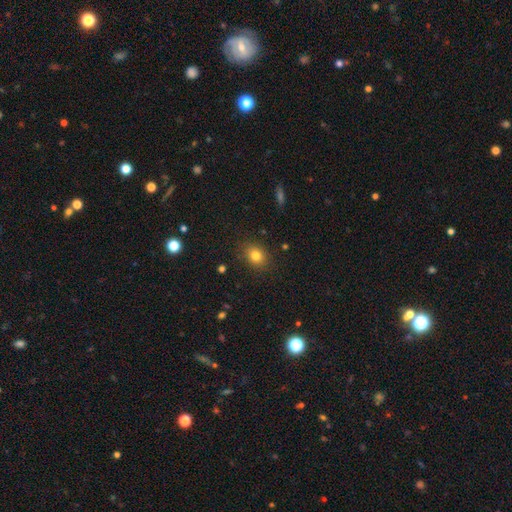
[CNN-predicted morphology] Smooth or featured? smooth (80%)
How rounded? in between (50%)
Merging? none (86%)